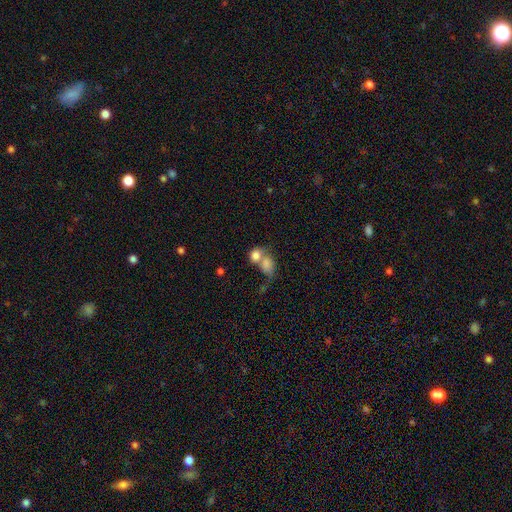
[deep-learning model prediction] Morphology: type=smooth (78%); roundness=in between (53%); merging=merger (68%).